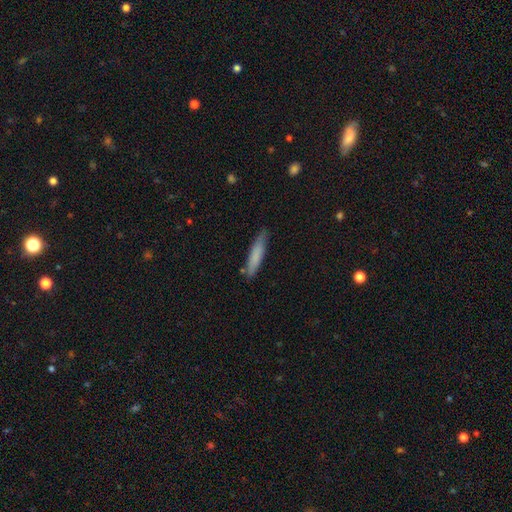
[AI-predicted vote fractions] smooth_or_featured: smooth (p=0.77) [alt: featured or disk p=0.17]
how_rounded: cigar-shaped (p=0.86) [alt: in between p=0.13]
merging: none (p=0.78) [alt: minor disturbance p=0.17]